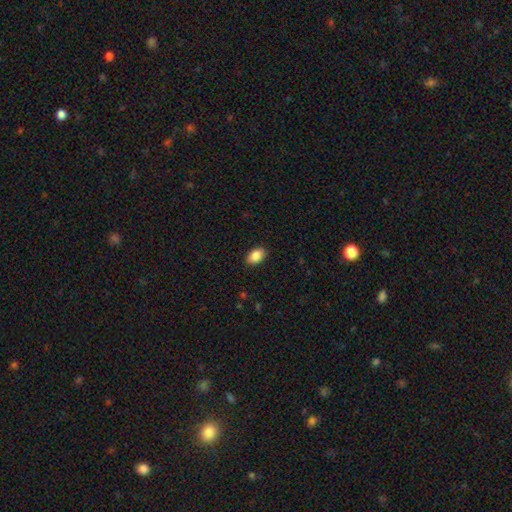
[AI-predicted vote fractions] The model was most divided on "smooth or featured": smooth: 88%, star or artifact: 7%, featured or disk: 5%. More confident: how rounded — in between (90%); merging — none (89%).